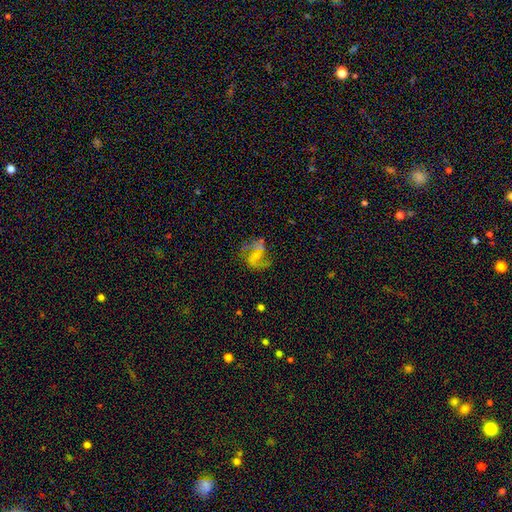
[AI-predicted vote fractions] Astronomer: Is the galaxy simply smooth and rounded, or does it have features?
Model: featured or disk — 75%.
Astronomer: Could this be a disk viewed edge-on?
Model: no — 98%.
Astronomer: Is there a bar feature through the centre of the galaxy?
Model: weak — 45% (runner-up: no, 37%).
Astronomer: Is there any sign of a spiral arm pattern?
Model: yes — 89%.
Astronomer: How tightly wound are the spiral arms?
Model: loose — 49% (runner-up: medium, 42%).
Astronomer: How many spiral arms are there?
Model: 2 — 89%.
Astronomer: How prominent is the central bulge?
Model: small — 48% (runner-up: none, 25%).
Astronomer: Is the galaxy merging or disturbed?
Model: none — 56%.